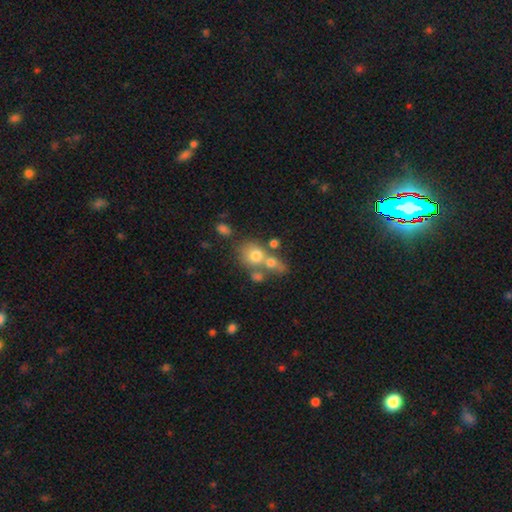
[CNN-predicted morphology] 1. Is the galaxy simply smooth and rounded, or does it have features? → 67% smooth, 21% featured or disk, 12% star or artifact.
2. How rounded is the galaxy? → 69% round, 30% in between, 1% cigar-shaped.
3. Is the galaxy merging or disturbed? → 49% merger, 34% none, 10% minor disturbance, 7% major disturbance.